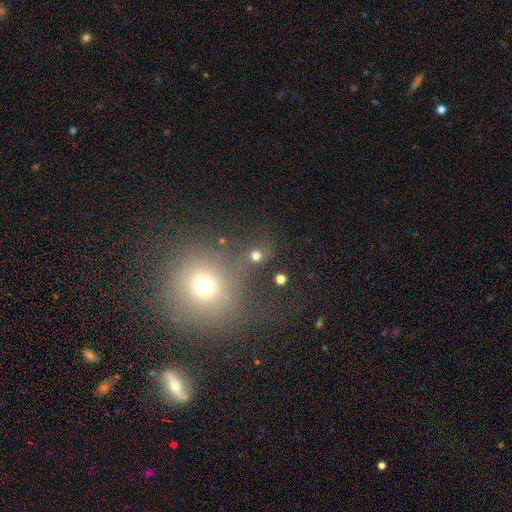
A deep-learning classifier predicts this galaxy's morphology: Smooth or featured? Predicted: smooth (p=0.71). How rounded? Predicted: round (p=0.85). Merging? Predicted: none (p=0.66).